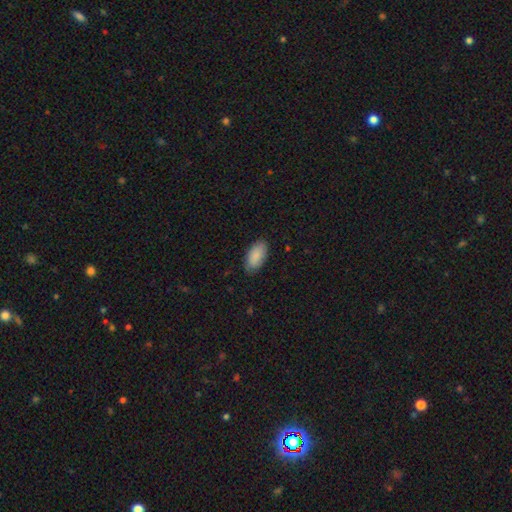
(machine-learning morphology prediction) The model was most divided on "merging": none: 83%, minor disturbance: 14%, major disturbance: 3%, merger: 1%. More confident: how rounded — in between (94%); smooth or featured — smooth (88%).